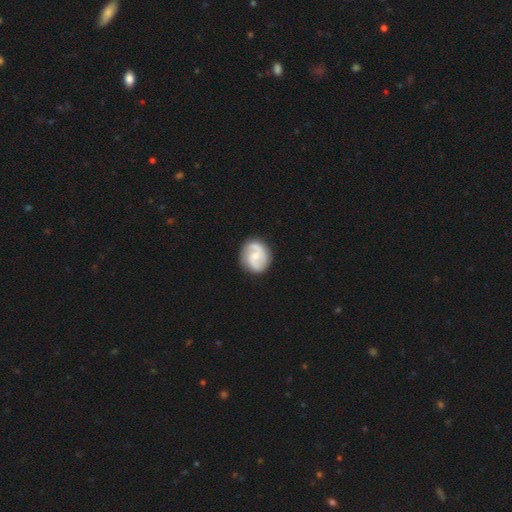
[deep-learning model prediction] smooth-or-featured: featured or disk: 72% | smooth: 23% | star or artifact: 5%
  disk-edge-on: no: 98% | yes: 2%
    bar: no: 50% | weak: 42% | strong: 8%
    has-spiral-arms: yes: 93% | no: 7%
      spiral-winding: medium: 46% | tight: 28% | loose: 25%
      spiral-arm-count: 2: 85% | can't tell: 7% | 1: 4% | 3: 2% | 4: 1% | more than 4: 1%
    bulge-size: small: 56% | moderate: 37% | none: 4% | large: 2% | dominant: 1%
  merging: none: 81% | minor disturbance: 13% | major disturbance: 4% | merger: 2%